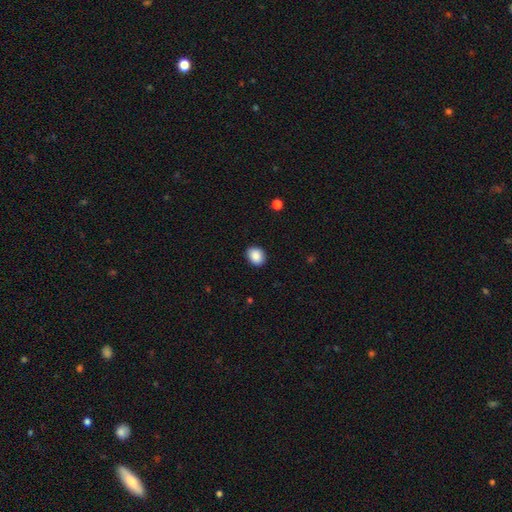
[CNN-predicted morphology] Smooth or featured?
  - smooth: 89% *
  - star or artifact: 8%
  - featured or disk: 3%
How rounded?
  - in between: 55% *
  - round: 44%
  - cigar-shaped: 1%
Merging?
  - none: 89% *
  - minor disturbance: 8%
  - major disturbance: 2%
  - merger: 1%